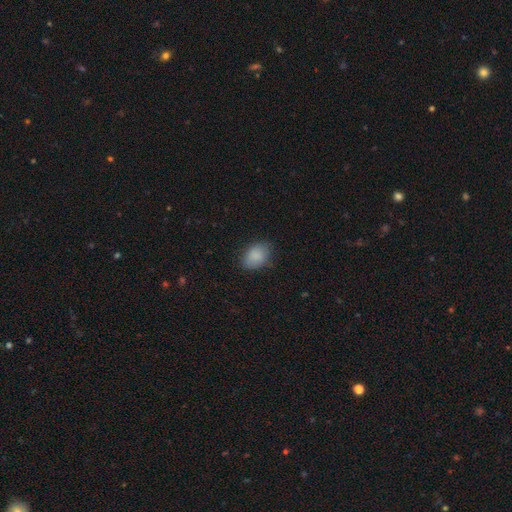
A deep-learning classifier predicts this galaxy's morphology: Smooth or featured? smooth (87%)
How rounded? in between (78%)
Merging? none (77%)